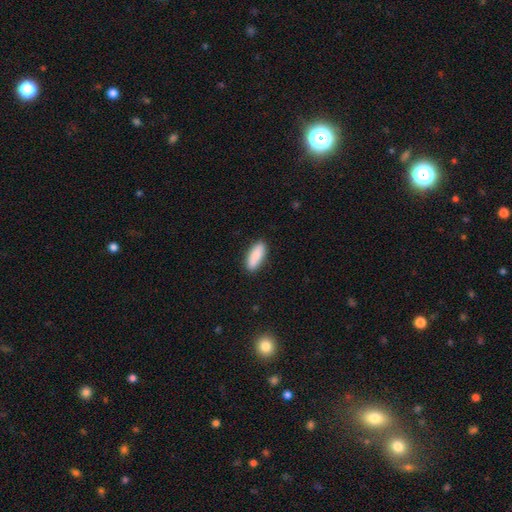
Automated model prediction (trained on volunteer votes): A smooth galaxy with no disk features (89%) that is in between round and cigar-shaped (72%).

Vote fractions:
- Smooth or featured? smooth: 89% / star or artifact: 6% / featured or disk: 5%
- How rounded? in between: 72% / cigar-shaped: 26% / round: 2%
- Merging? none: 87% / minor disturbance: 10% / major disturbance: 2% / merger: 1%